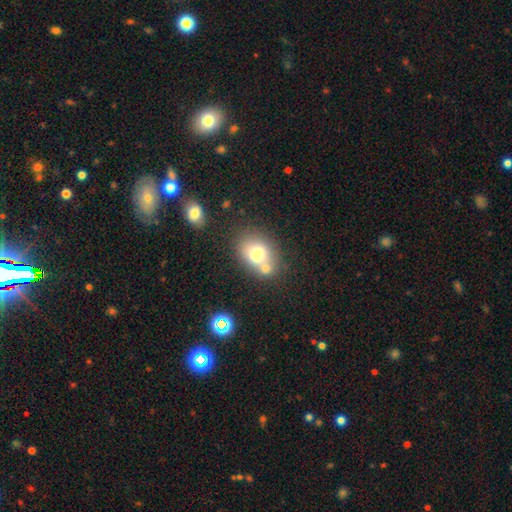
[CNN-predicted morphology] Smooth or featured?
  - smooth: 68% *
  - featured or disk: 22%
  - star or artifact: 11%
How rounded?
  - in between: 61% *
  - round: 38%
  - cigar-shaped: 1%
Merging?
  - merger: 42% *
  - none: 40%
  - minor disturbance: 13%
  - major disturbance: 5%